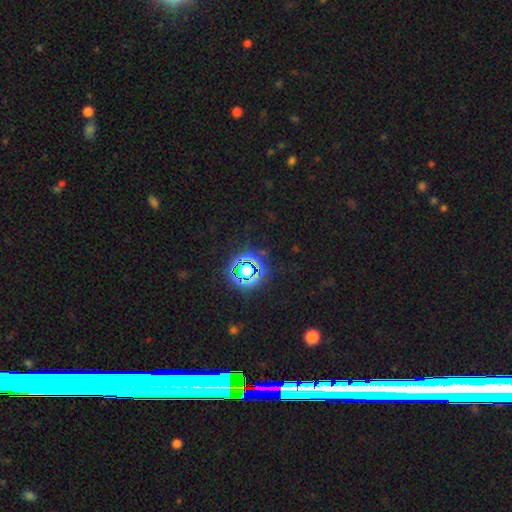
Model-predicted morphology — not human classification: Smooth or featured? Predicted: star or artifact (p=0.69).